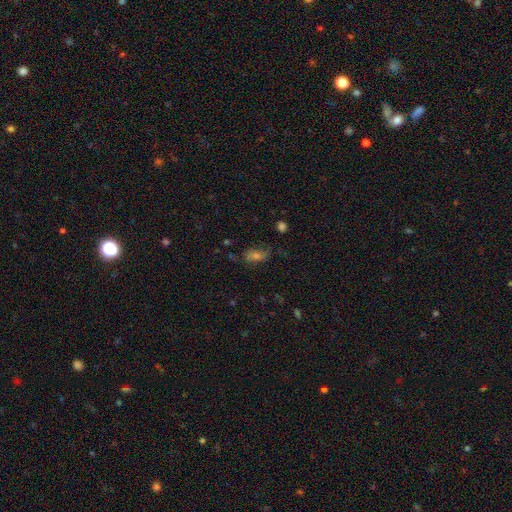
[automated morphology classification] smooth_or_featured: smooth (p=0.49) [alt: featured or disk p=0.27]
merging: none (p=0.68) [alt: minor disturbance p=0.21]